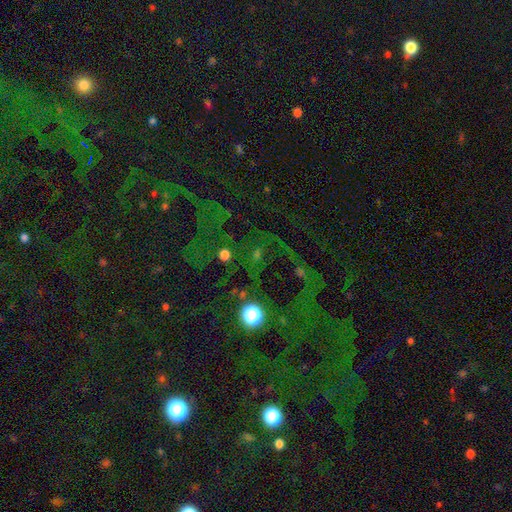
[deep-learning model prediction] star or artifact 66%, smooth 20%, featured or disk 14%.